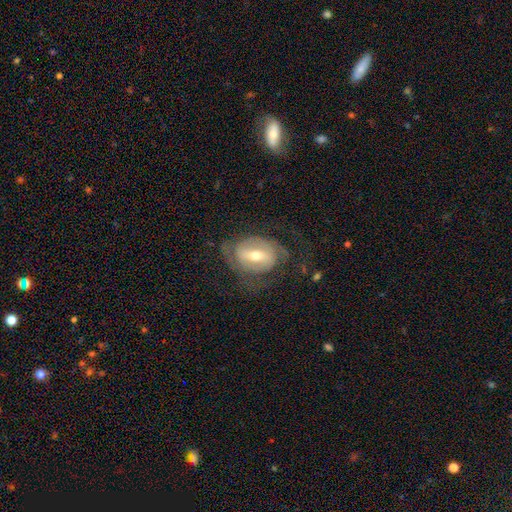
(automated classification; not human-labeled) smooth_or_featured: featured or disk (p=0.76) [alt: smooth p=0.18]
disk_edge_on: no (p=0.94) [alt: yes p=0.06]
bar: strong (p=0.44) [alt: weak p=0.40]
has_spiral_arms: yes (p=0.82) [alt: no p=0.18]
spiral_winding: medium (p=0.41) [alt: tight p=0.38]
spiral_arm_count: 2 (p=0.65) [alt: can't tell p=0.19]
bulge_size: moderate (p=0.60) [alt: small p=0.34]
merging: none (p=0.61) [alt: major disturbance p=0.19]